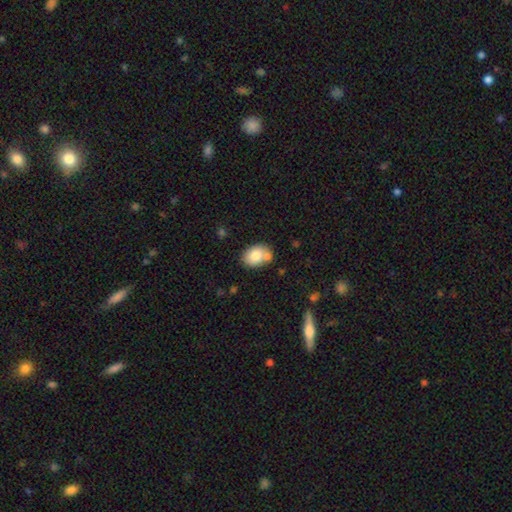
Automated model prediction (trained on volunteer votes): Morphology: type=smooth (79%); roundness=in between (72%); merging=none (60%).